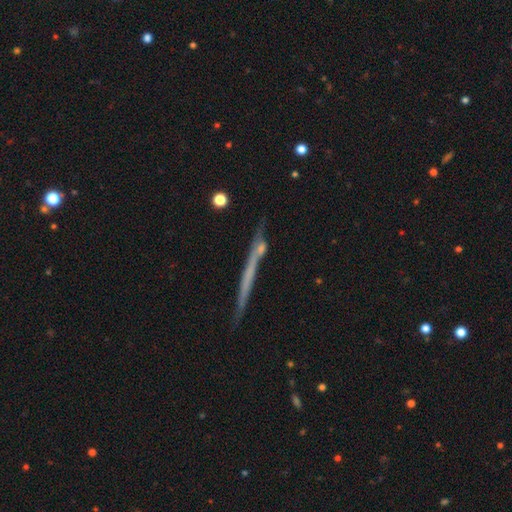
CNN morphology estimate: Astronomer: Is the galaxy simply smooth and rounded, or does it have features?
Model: featured or disk — 56% (runner-up: smooth, 35%).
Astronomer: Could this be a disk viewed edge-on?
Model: yes — 94%.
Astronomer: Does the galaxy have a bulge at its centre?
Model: none — 86%.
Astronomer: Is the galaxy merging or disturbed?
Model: none — 71%.